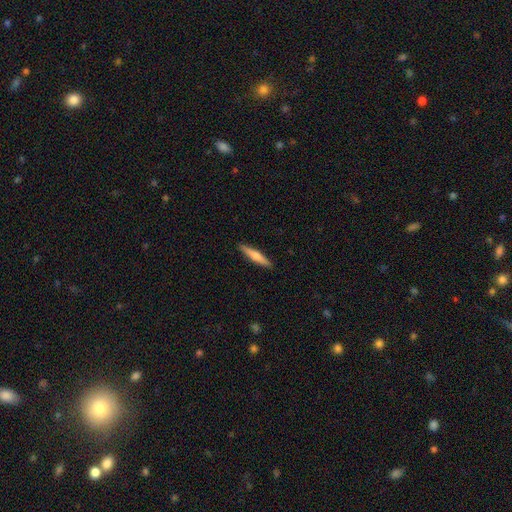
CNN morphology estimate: Smooth or featured? smooth (58%)
How rounded? cigar-shaped (90%)
Merging? none (91%)